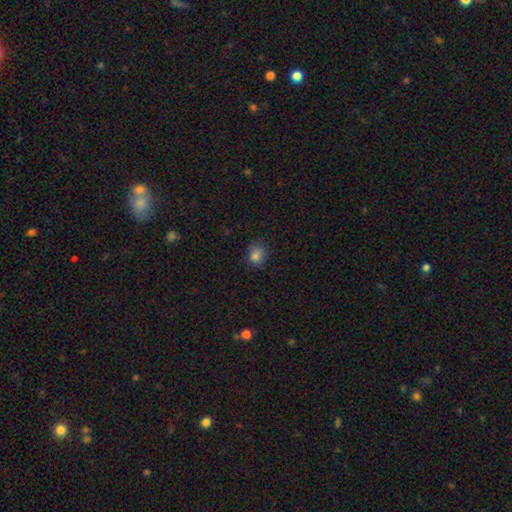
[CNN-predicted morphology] A smooth galaxy with no disk features (79%) that is round (60%). Merging: none (73%).